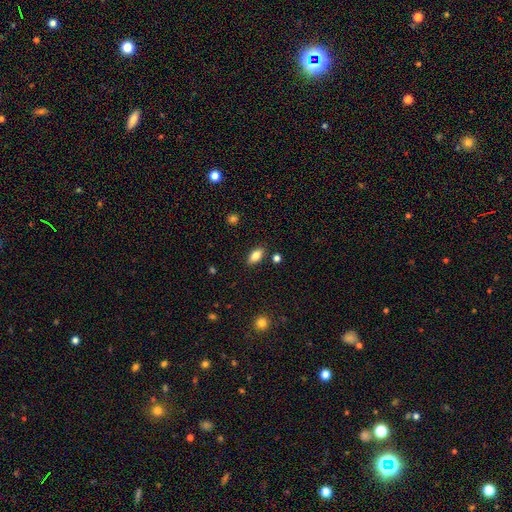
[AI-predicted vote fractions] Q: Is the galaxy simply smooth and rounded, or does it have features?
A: smooth — 80%.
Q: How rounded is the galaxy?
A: in between — 88%.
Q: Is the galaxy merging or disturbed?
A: none — 85%.